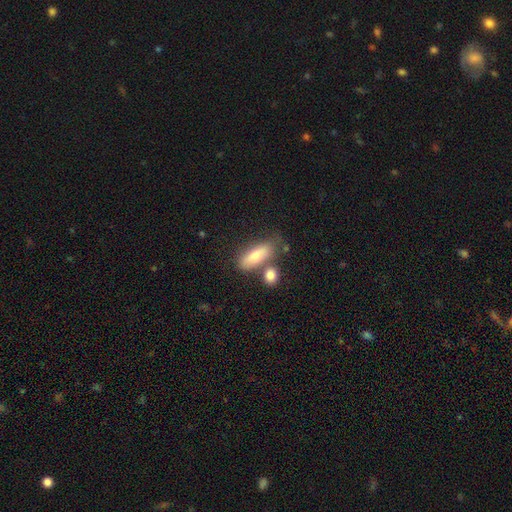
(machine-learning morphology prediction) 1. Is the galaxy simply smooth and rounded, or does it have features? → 72% smooth, 21% featured or disk, 6% star or artifact.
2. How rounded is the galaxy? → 62% in between, 35% cigar-shaped, 4% round.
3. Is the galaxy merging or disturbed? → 58% none, 21% merger, 16% minor disturbance, 5% major disturbance.